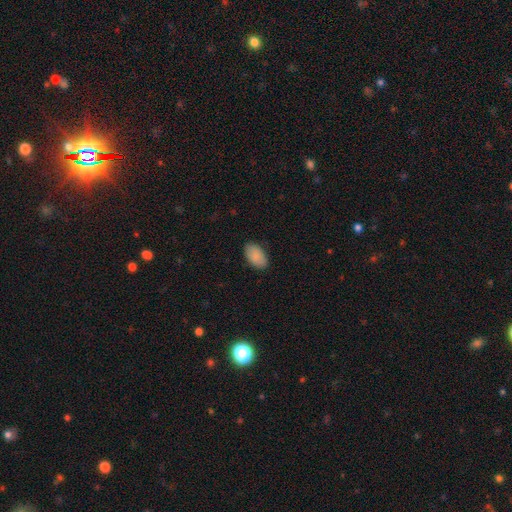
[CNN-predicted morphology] Smooth or featured?
  - smooth: 89% *
  - star or artifact: 6%
  - featured or disk: 5%
How rounded?
  - in between: 95% *
  - round: 4%
  - cigar-shaped: 2%
Merging?
  - none: 87% *
  - minor disturbance: 10%
  - major disturbance: 2%
  - merger: 1%